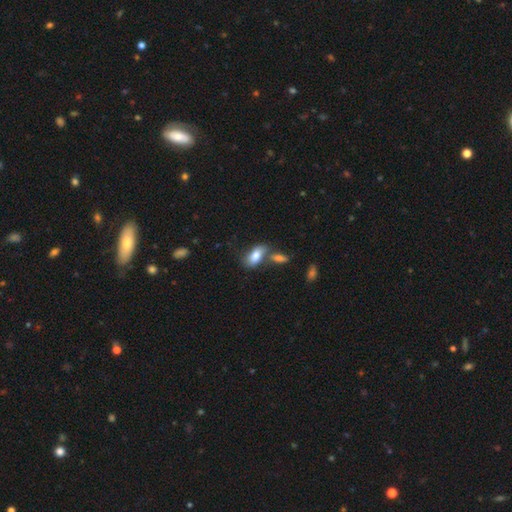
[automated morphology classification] The model was most divided on "merging": none: 48%, merger: 31%, minor disturbance: 15%, major disturbance: 6%. More confident: how rounded — in between (89%); smooth or featured — smooth (79%).